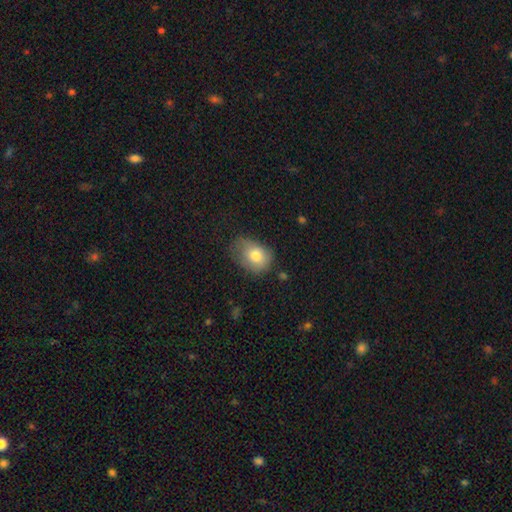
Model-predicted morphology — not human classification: smooth 77%, featured or disk 15%, star or artifact 8%. Down the decision tree: how rounded — in between (70%); merging — none (42%).